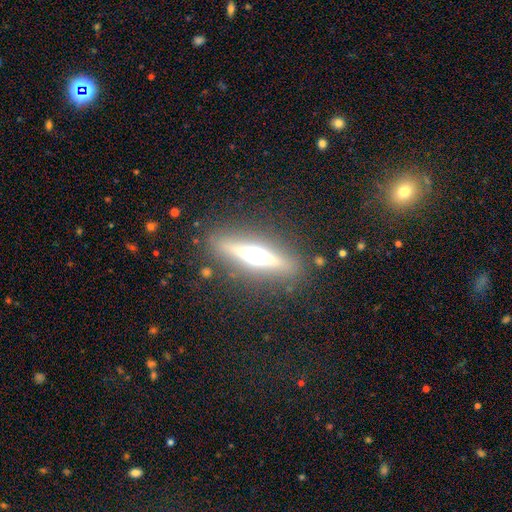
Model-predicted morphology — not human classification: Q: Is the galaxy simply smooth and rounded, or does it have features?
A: featured or disk — 72%.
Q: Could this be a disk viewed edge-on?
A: yes — 93%.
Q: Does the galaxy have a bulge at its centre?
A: rounded — 92%.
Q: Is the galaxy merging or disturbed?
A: none — 85%.